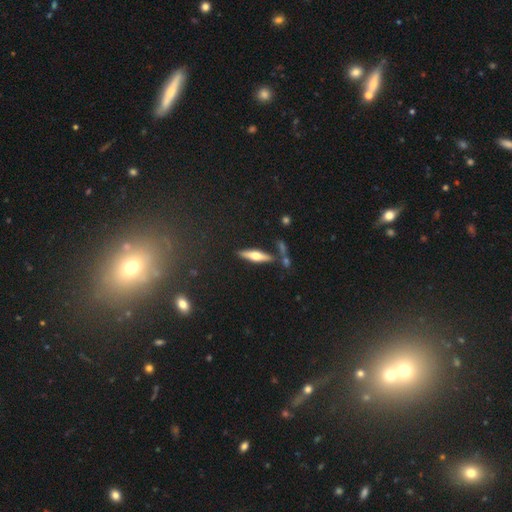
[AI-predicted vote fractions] Smooth or featured? featured or disk (56%)
Edge-on disk? yes (93%)
Edge-on bulge? rounded (91%)
Merging? none (76%)